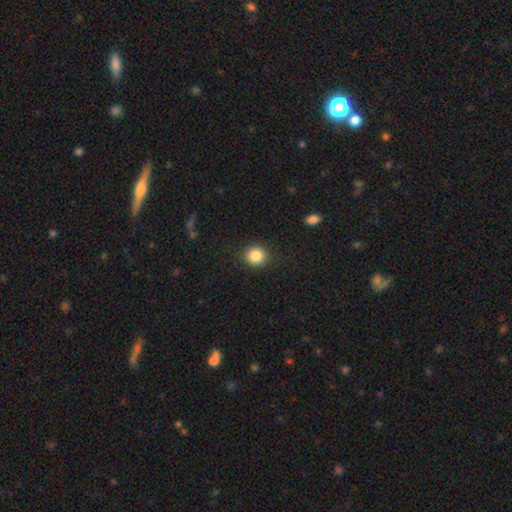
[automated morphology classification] Q: Smooth or featured?
A: smooth (86%); runner-up: star or artifact (10%)
Q: How rounded?
A: round (88%); runner-up: in between (11%)
Q: Merging?
A: none (88%); runner-up: minor disturbance (8%)